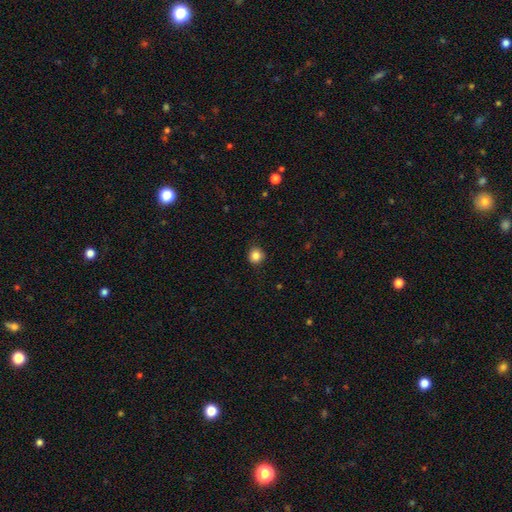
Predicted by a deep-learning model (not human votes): Smooth or featured: smooth — 85% (star or artifact — 10%)
How rounded: round — 90% (in between — 9%)
Merging: none — 89% (minor disturbance — 8%)